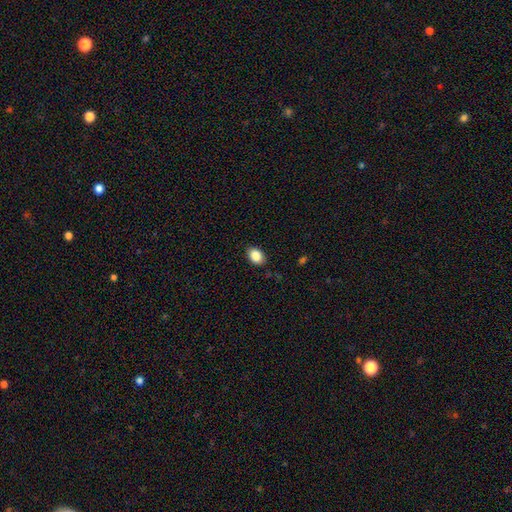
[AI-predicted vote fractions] This appears to be a smooth galaxy with no disk features (86%) that is in between round and cigar-shaped (79%). Merging: none (87%).